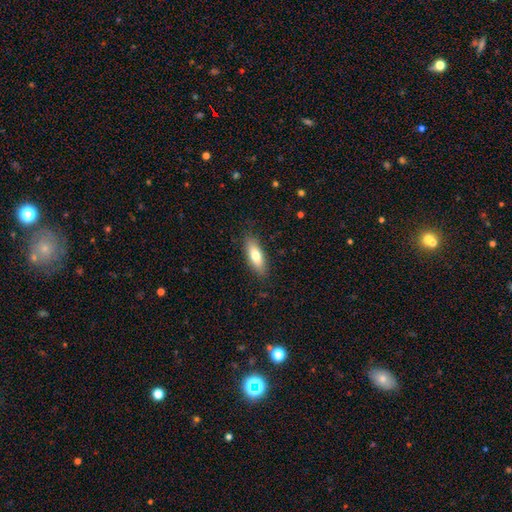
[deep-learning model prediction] A smooth galaxy with no disk features (71%) that is in between round and cigar-shaped (60%).

Vote fractions:
- Smooth or featured? smooth: 71% / featured or disk: 22% / star or artifact: 6%
- How rounded? in between: 60% / cigar-shaped: 37% / round: 2%
- Merging? none: 86% / minor disturbance: 11% / major disturbance: 2% / merger: 1%